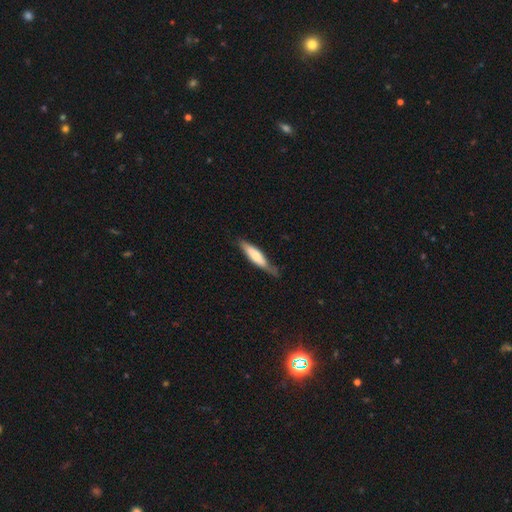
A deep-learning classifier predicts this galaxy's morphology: A smooth galaxy with no disk features (63%) that is cigar-shaped (75%). Merging: none (60%).